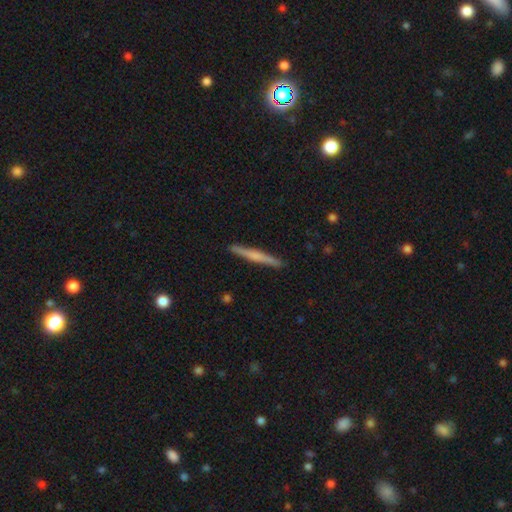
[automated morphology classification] This is possibly a featured or disk galaxy (52%). It is clearly viewed edge-on (98%). Edge-on bulge: possibly rounded (49%). Merging: clearly none (92%).